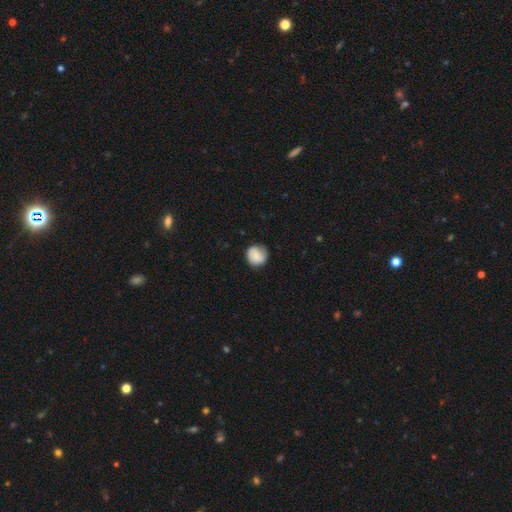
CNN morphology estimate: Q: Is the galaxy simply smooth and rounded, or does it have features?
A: smooth — 66%.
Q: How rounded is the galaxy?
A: round — 90%.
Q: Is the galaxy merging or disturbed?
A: none — 79%.